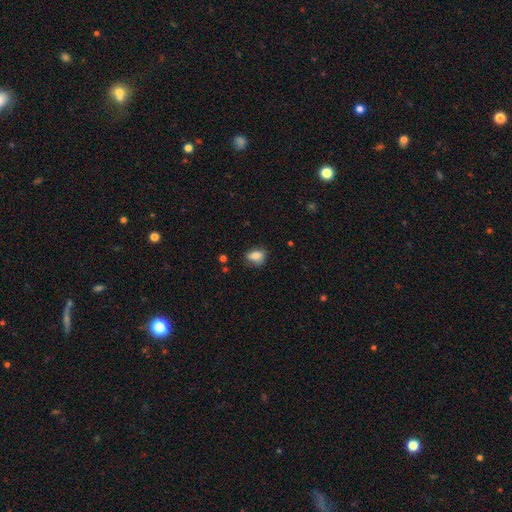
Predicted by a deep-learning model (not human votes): Smooth or featured?
  - smooth: 77% *
  - featured or disk: 14%
  - star or artifact: 10%
How rounded?
  - in between: 67% *
  - round: 30%
  - cigar-shaped: 3%
Merging?
  - none: 67% *
  - minor disturbance: 26%
  - major disturbance: 6%
  - merger: 2%